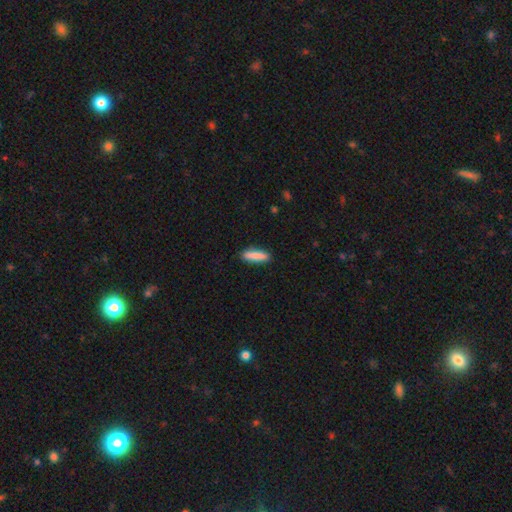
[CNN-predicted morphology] Smooth or featured?
  - smooth: 86% *
  - featured or disk: 8%
  - star or artifact: 6%
How rounded?
  - cigar-shaped: 72% *
  - in between: 26%
  - round: 2%
Merging?
  - none: 89% *
  - minor disturbance: 8%
  - major disturbance: 2%
  - merger: 1%